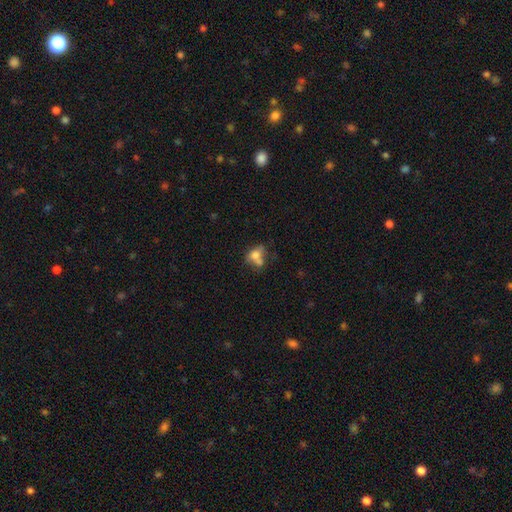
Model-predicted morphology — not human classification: Smooth or featured? Predicted: smooth (p=0.67). How rounded? Predicted: in between (p=0.58). Merging? Predicted: merger (p=0.40).